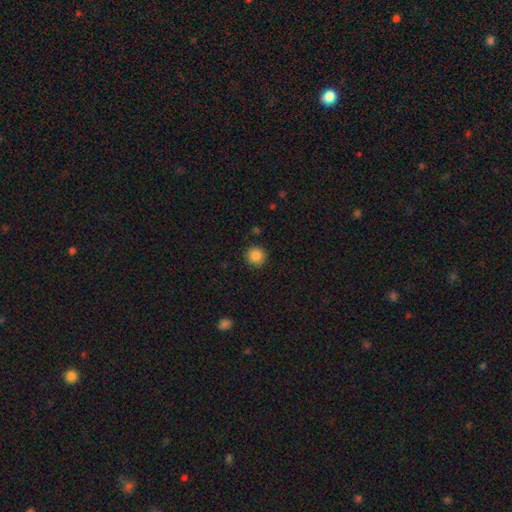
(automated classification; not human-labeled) This appears to be a smooth galaxy with no disk features (87%) that is round (94%). Merging: none (90%).